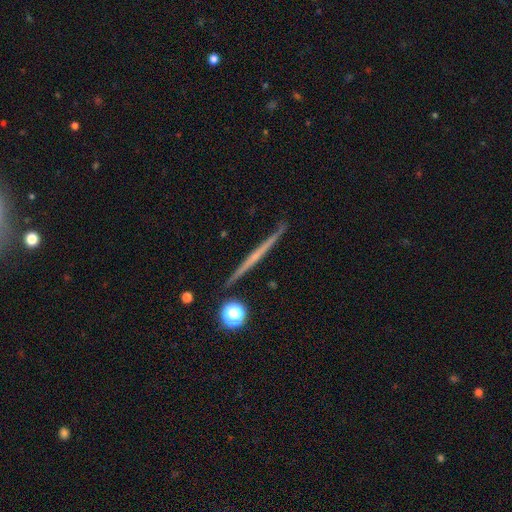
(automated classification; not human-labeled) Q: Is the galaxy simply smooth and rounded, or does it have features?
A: featured or disk — 67%.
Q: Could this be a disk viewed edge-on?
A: yes — 98%.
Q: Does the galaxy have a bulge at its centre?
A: none — 76%.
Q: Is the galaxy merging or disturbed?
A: none — 91%.